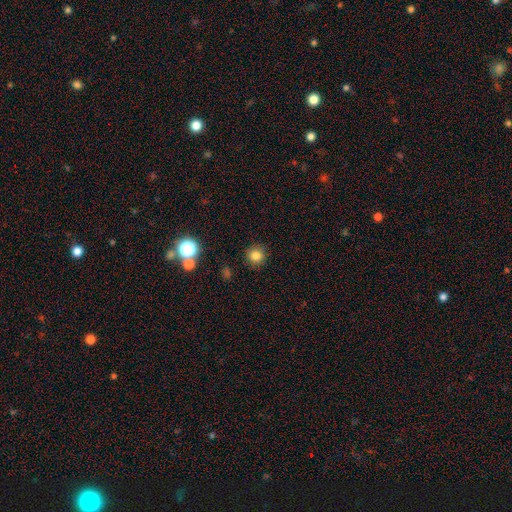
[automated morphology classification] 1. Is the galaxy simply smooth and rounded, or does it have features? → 82% smooth, 13% star or artifact, 5% featured or disk.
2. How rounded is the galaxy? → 93% round, 6% in between, 1% cigar-shaped.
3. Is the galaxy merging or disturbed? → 89% none, 7% minor disturbance, 2% major disturbance, 2% merger.